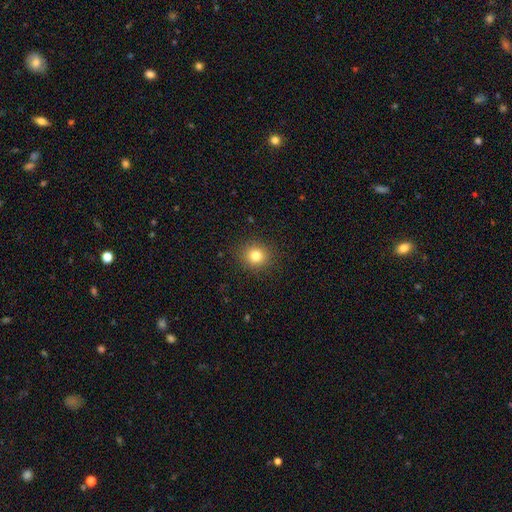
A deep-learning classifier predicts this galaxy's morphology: Smooth or featured: smooth — 80% (star or artifact — 13%)
How rounded: round — 87% (in between — 12%)
Merging: none — 90% (minor disturbance — 7%)